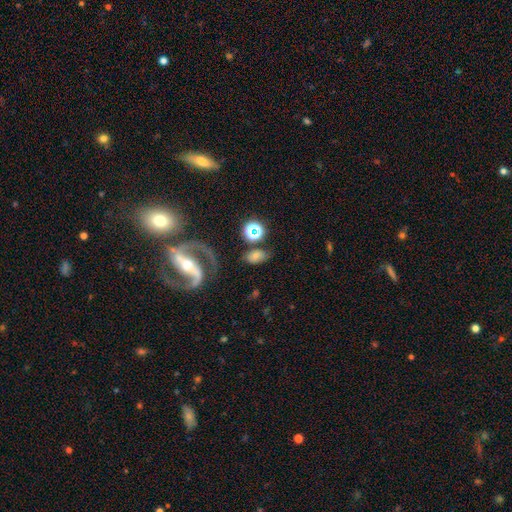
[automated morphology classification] This is possibly a smooth galaxy (49%). Merging: likely none (69%).